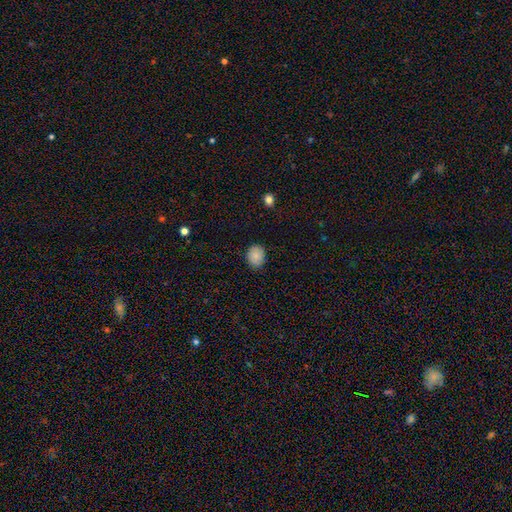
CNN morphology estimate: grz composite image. It shows a smooth galaxy with no disk features (88%) that is round (54%). Merging: none (83%).